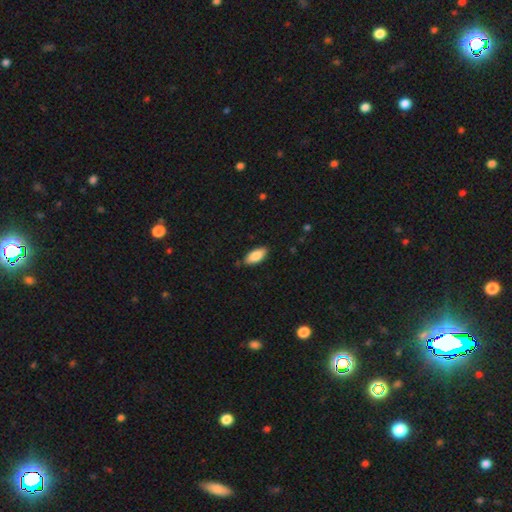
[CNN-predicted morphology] smooth-or-featured: smooth: 84% | featured or disk: 10% | star or artifact: 6%
  how-rounded: in between: 87% | cigar-shaped: 11% | round: 2%
  merging: none: 83% | minor disturbance: 13% | major disturbance: 2% | merger: 1%